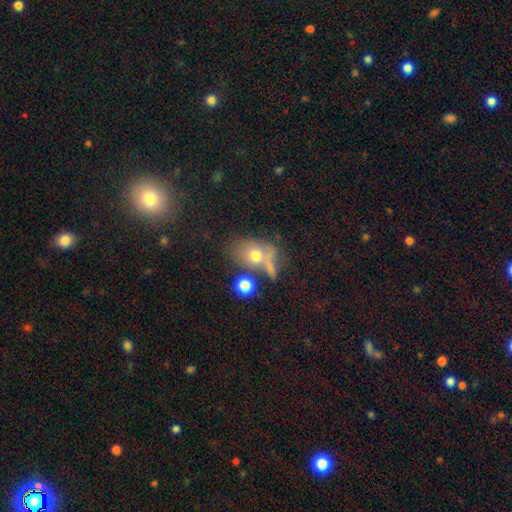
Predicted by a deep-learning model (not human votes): Smooth or featured? Predicted: smooth (p=0.63). How rounded? Predicted: in between (p=0.61). Merging? Predicted: none (p=0.44).